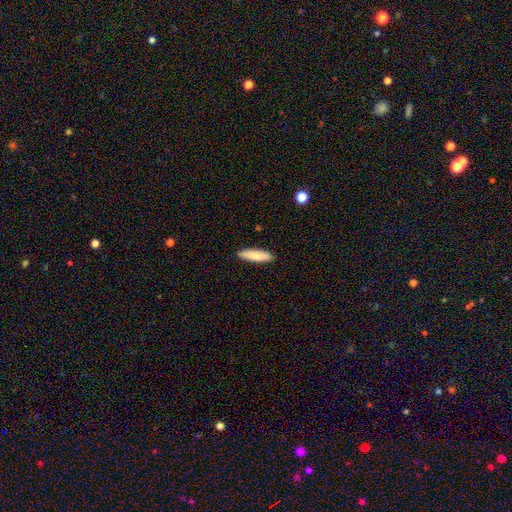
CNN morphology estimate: A smooth galaxy with no disk features (83%) that is cigar-shaped (68%).

Vote fractions:
- Smooth or featured? smooth: 83% / featured or disk: 12% / star or artifact: 5%
- How rounded? cigar-shaped: 68% / in between: 31% / round: 1%
- Merging? none: 90% / minor disturbance: 7% / major disturbance: 1% / merger: 1%